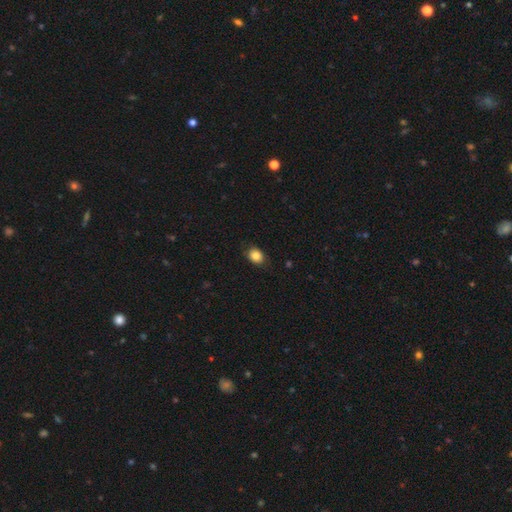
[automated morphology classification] This appears to be a smooth galaxy with no disk features (85%) that is in between round and cigar-shaped (53%). Merging: none (82%).